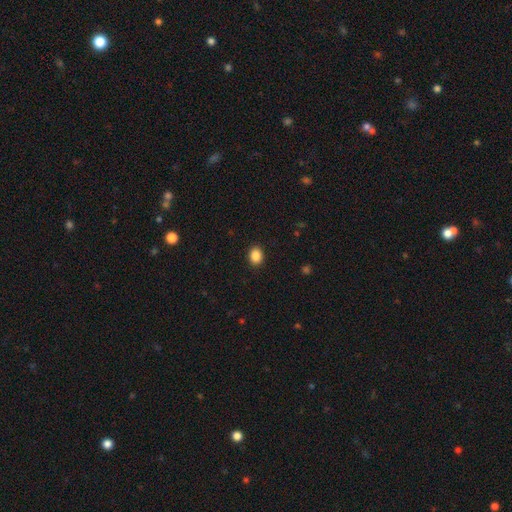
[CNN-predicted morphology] smooth_or_featured: smooth (p=0.88) [alt: star or artifact p=0.09]
how_rounded: in between (p=0.50) [alt: round p=0.49]
merging: none (p=0.91) [alt: minor disturbance p=0.06]